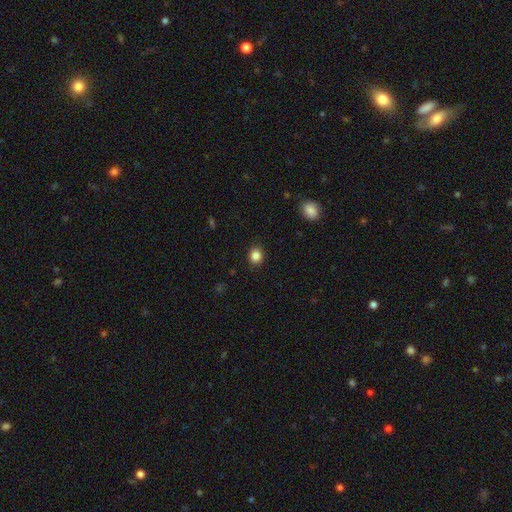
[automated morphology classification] smooth-or-featured: smooth: 85% | star or artifact: 11% | featured or disk: 4%
  how-rounded: round: 72% | in between: 27% | cigar-shaped: 1%
  merging: none: 89% | minor disturbance: 8% | major disturbance: 2% | merger: 1%